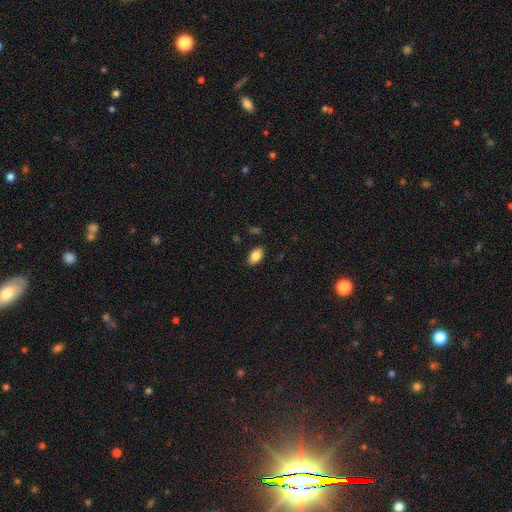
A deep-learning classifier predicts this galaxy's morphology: Smooth or featured?
  - smooth: 84% *
  - featured or disk: 8%
  - star or artifact: 8%
How rounded?
  - in between: 92% *
  - round: 6%
  - cigar-shaped: 2%
Merging?
  - none: 87% *
  - minor disturbance: 10%
  - major disturbance: 2%
  - merger: 1%